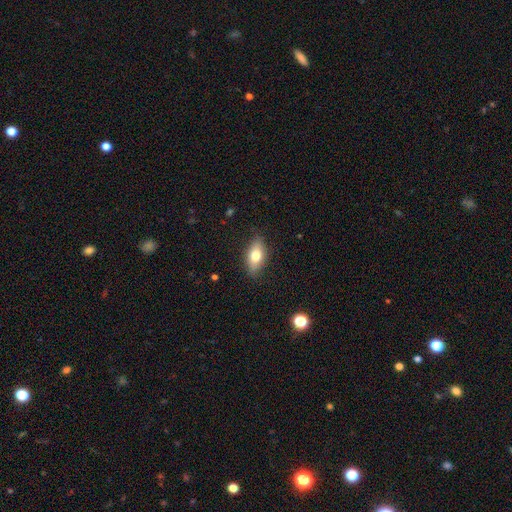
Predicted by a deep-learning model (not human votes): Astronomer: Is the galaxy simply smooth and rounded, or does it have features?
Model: smooth — 71%.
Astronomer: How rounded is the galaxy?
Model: in between — 85%.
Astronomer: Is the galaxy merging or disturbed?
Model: none — 84%.